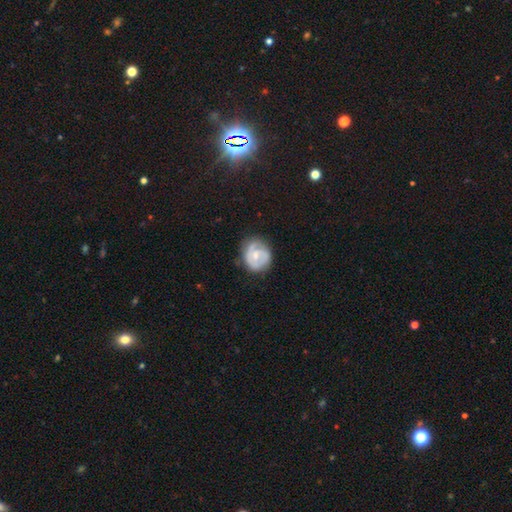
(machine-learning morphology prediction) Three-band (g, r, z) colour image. It shows a featured or disk galaxy (62%) with no bar (56%), spiral arms (77%) and a moderate central bulge (46%). Merging: none (65%).